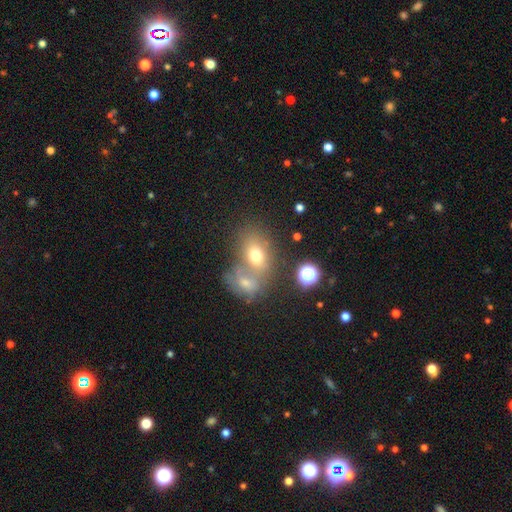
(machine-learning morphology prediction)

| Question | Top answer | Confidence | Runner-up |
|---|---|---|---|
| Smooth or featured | smooth | 65% | featured or disk (20%) |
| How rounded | in between | 69% | round (29%) |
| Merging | merger | 48% | none (36%) |